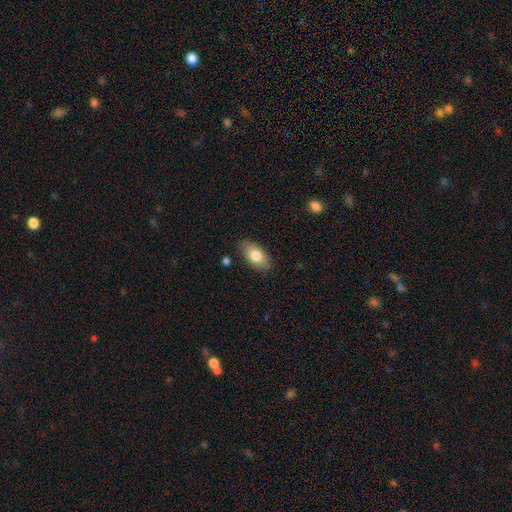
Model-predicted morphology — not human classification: Smooth or featured? Predicted: smooth (p=0.77). How rounded? Predicted: in between (p=0.92). Merging? Predicted: none (p=0.84).